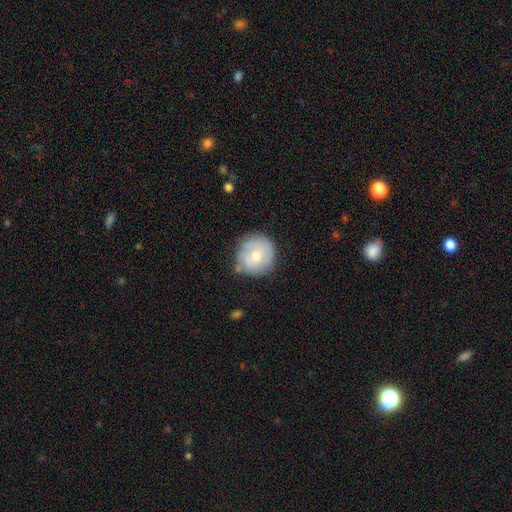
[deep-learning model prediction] Q: Smooth or featured?
A: smooth (59%); runner-up: featured or disk (33%)
Q: How rounded?
A: round (90%); runner-up: in between (9%)
Q: Merging?
A: none (65%); runner-up: minor disturbance (25%)